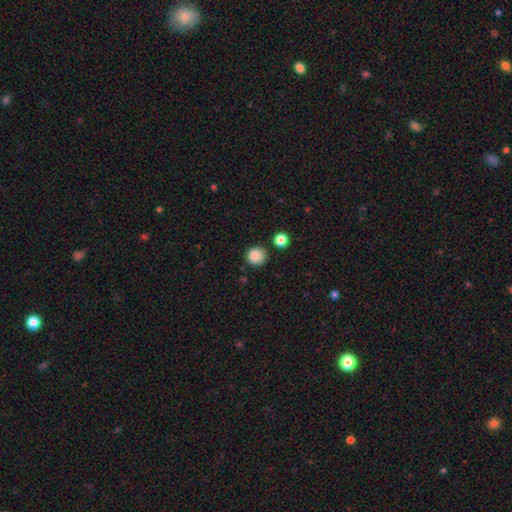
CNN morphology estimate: Smooth or featured? Predicted: smooth (p=0.86). How rounded? Predicted: round (p=0.91). Merging? Predicted: none (p=0.84).